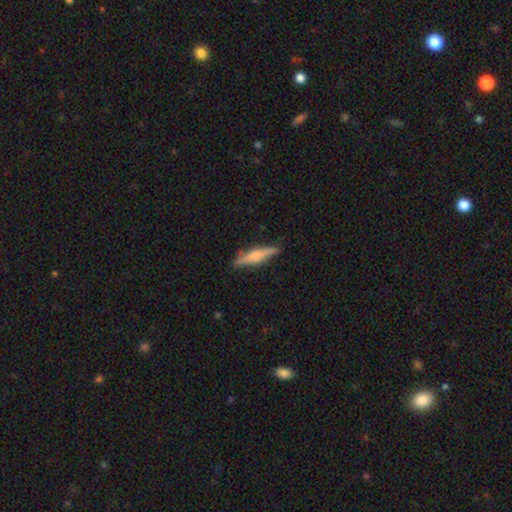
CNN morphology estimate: Smooth or featured?
  - featured or disk: 57% *
  - smooth: 37%
  - star or artifact: 6%
Edge-on disk?
  - yes: 97% *
  - no: 3%
Edge-on bulge?
  - rounded: 81% *
  - boxy: 13%
  - none: 7%
Merging?
  - none: 87% *
  - minor disturbance: 10%
  - major disturbance: 2%
  - merger: 1%